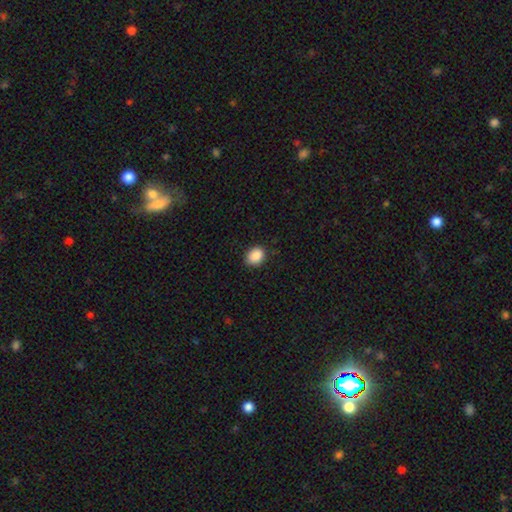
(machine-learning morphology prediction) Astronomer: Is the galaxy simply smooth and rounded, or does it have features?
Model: smooth — 88%.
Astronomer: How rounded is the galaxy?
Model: in between — 56% (runner-up: round, 43%).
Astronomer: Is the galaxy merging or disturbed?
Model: none — 83%.